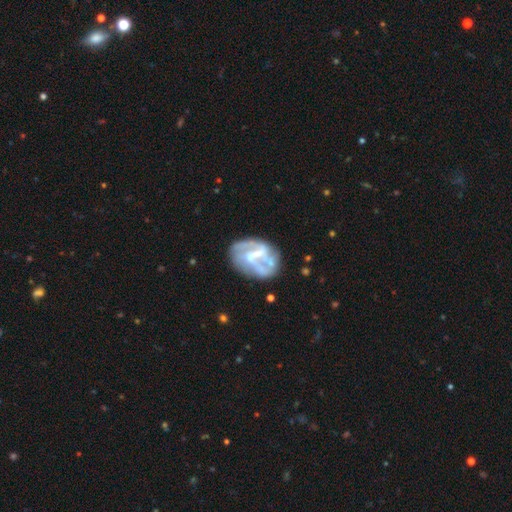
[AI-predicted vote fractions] Smooth or featured?
  - featured or disk: 77% *
  - smooth: 15%
  - star or artifact: 7%
Edge-on disk?
  - no: 98% *
  - yes: 2%
Bar?
  - weak: 41% *
  - strong: 38%
  - no: 22%
Spiral arms?
  - yes: 68% *
  - no: 32%
Spiral winding?
  - medium: 39% *
  - loose: 37%
  - tight: 25%
Spiral arm count?
  - 2: 47% *
  - can't tell: 28%
  - 3: 12%
  - 1: 6%
  - 4: 4%
  - more than 4: 3%
Bulge size?
  - small: 35% * (tied)
  - none: 35% * (tied)
  - moderate: 25%
  - large: 3%
  - dominant: 1%
Merging?
  - none: 54% *
  - minor disturbance: 22%
  - major disturbance: 18%
  - merger: 6%